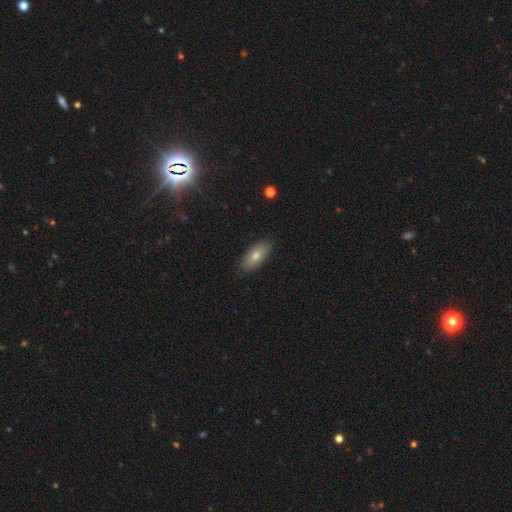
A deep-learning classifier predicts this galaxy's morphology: type=smooth (70%); roundness=in between (79%); merging=none (88%).